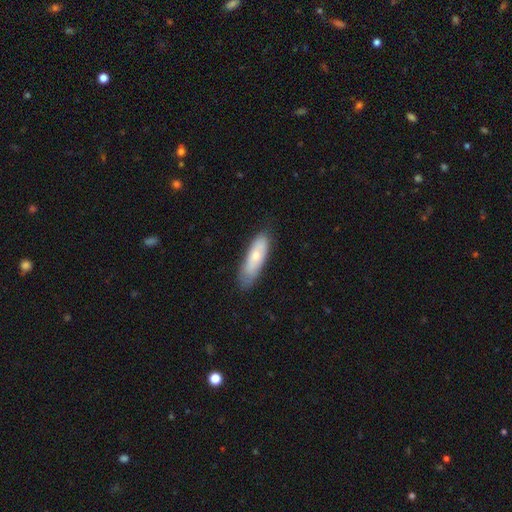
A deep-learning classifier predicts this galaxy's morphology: The model was most divided on "how rounded": cigar-shaped: 54%, in between: 44%, round: 2%. More confident: merging — none (77%); smooth or featured — smooth (64%).